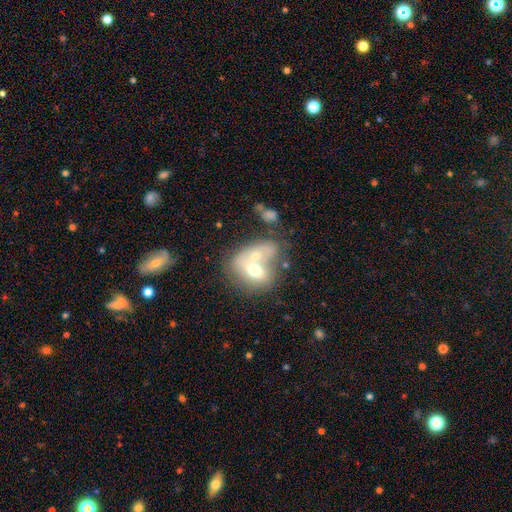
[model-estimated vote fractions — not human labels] Smooth or featured: smooth — 57% (featured or disk — 33%)
How rounded: in between — 64% (round — 34%)
Merging: merger — 73% (none — 15%)